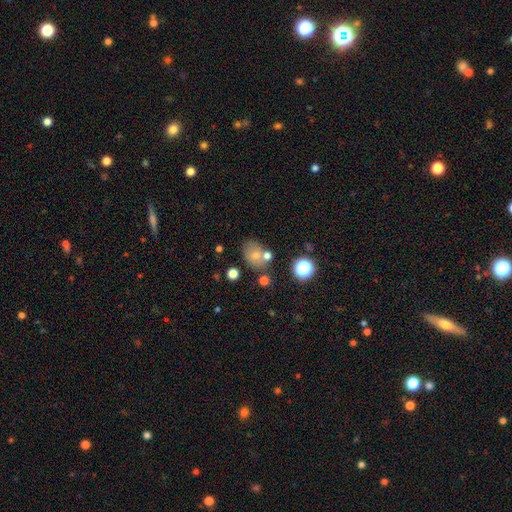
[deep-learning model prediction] A smooth galaxy with no disk features (65%) that is in between round and cigar-shaped (58%).

Vote fractions:
- Smooth or featured? smooth: 65% / featured or disk: 19% / star or artifact: 16%
- How rounded? in between: 58% / round: 40% / cigar-shaped: 1%
- Merging? none: 58% / merger: 22% / minor disturbance: 15% / major disturbance: 6%